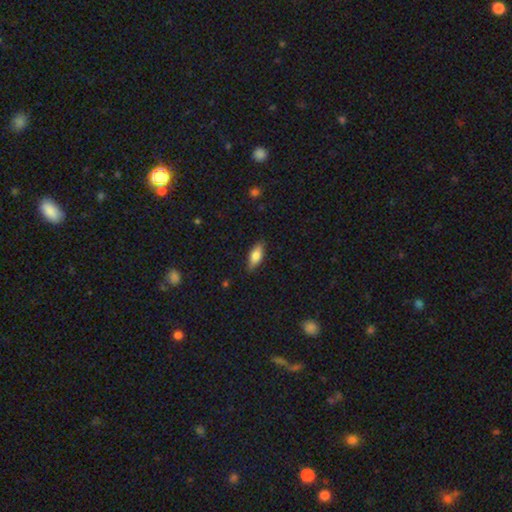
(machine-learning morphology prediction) A smooth galaxy with no disk features (71%) that is in between round and cigar-shaped (75%). Merging: none (85%).